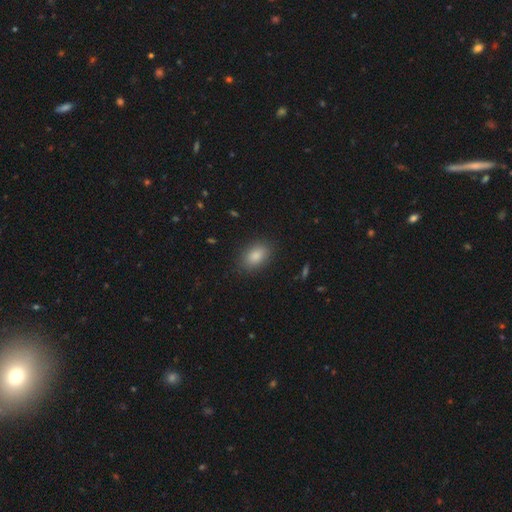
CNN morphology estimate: smooth 87%, star or artifact 8%, featured or disk 6%. Down the decision tree: how rounded — in between (87%); merging — none (86%).